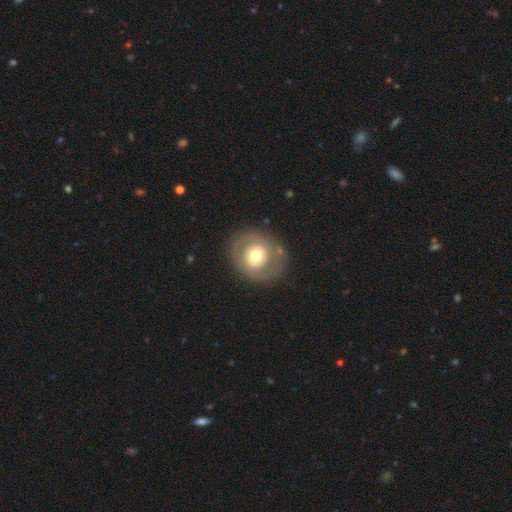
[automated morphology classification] smooth-or-featured: smooth: 51% | featured or disk: 42% | star or artifact: 7%
  how-rounded: round: 77% | in between: 22% | cigar-shaped: 1%
  merging: none: 80% | minor disturbance: 12% | major disturbance: 7% | merger: 2%